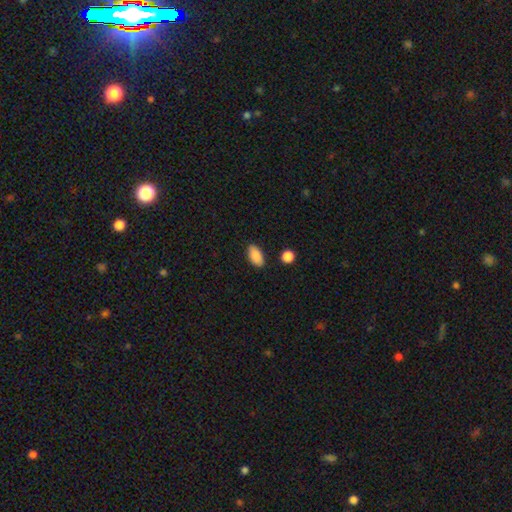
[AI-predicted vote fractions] Smooth or featured? smooth (88%)
How rounded? in between (93%)
Merging? none (86%)